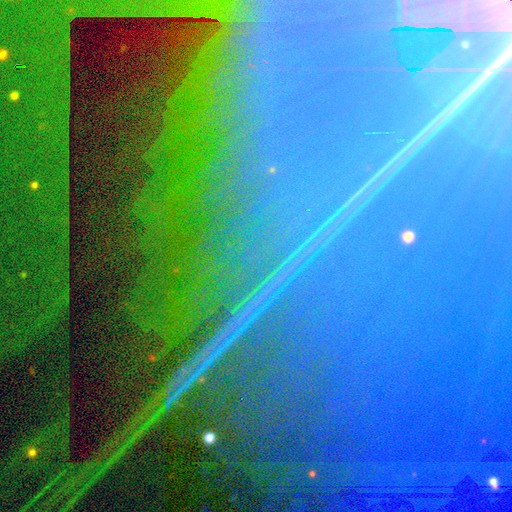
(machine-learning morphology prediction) A star or artifact, not a galaxy (87%).

Vote fractions:
- Smooth or featured? star or artifact: 87% / featured or disk: 8% / smooth: 5%